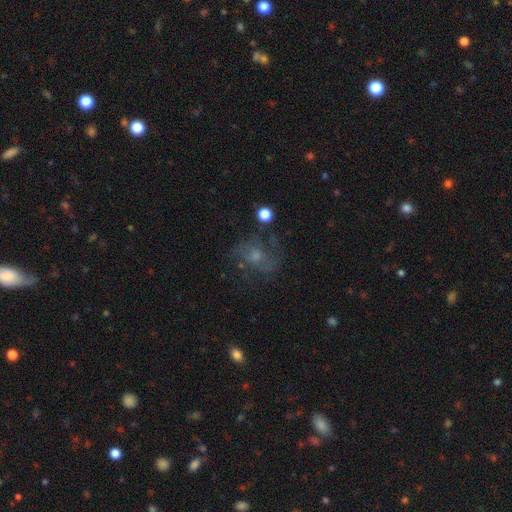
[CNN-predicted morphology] A featured or disk galaxy (51%). Merging: none (57%).